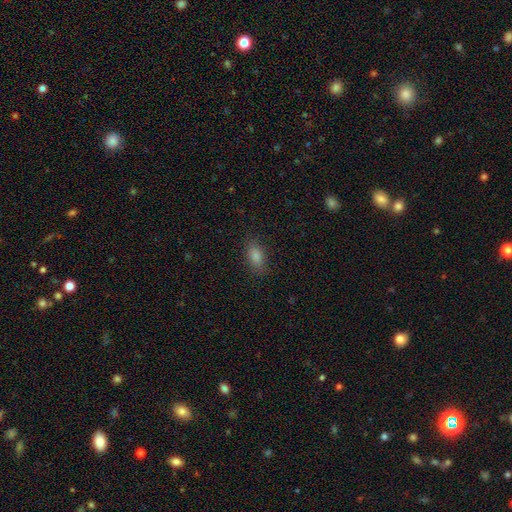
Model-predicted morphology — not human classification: Smooth or featured?
  - smooth: 80% *
  - star or artifact: 13%
  - featured or disk: 6%
How rounded?
  - in between: 85% *
  - round: 10%
  - cigar-shaped: 5%
Merging?
  - none: 86% *
  - minor disturbance: 10%
  - major disturbance: 3%
  - merger: 1%